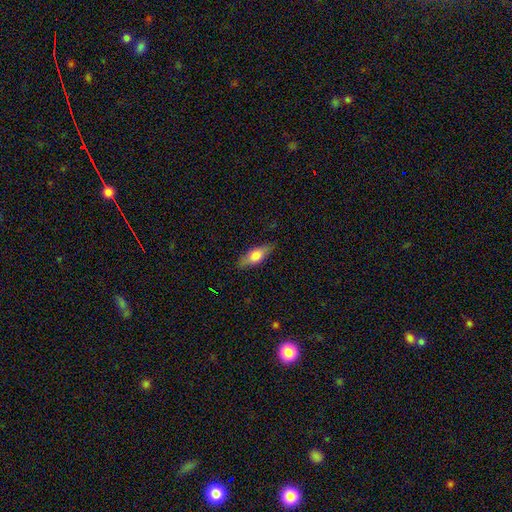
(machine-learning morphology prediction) smooth 70%, featured or disk 23%, star or artifact 6%. Down the decision tree: how rounded — in between (72%); merging — none (82%).